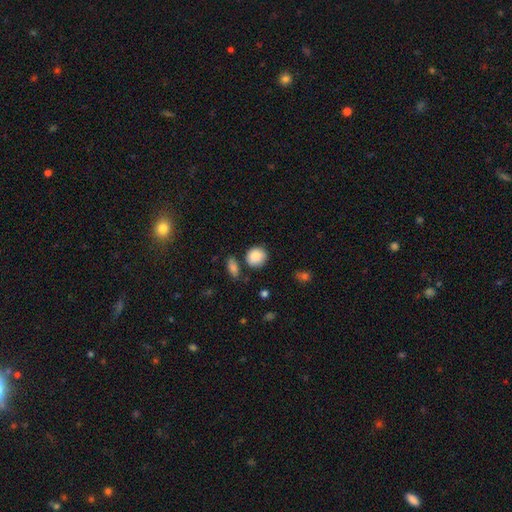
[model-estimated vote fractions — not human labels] A smooth galaxy with no disk features (87%) that is round (83%). Merging: none (75%).